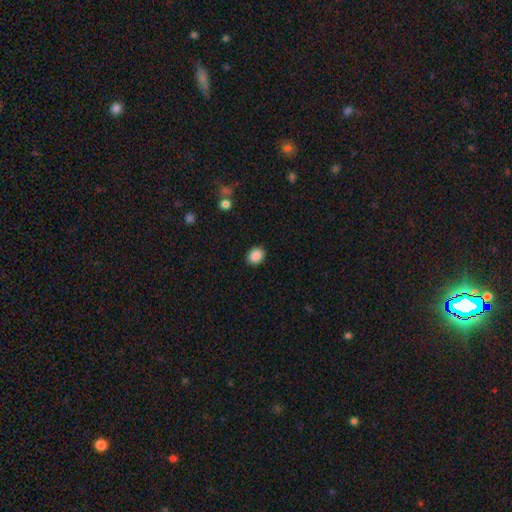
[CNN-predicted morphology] A smooth galaxy with no disk features (88%) that is round (53%). Merging: none (90%).